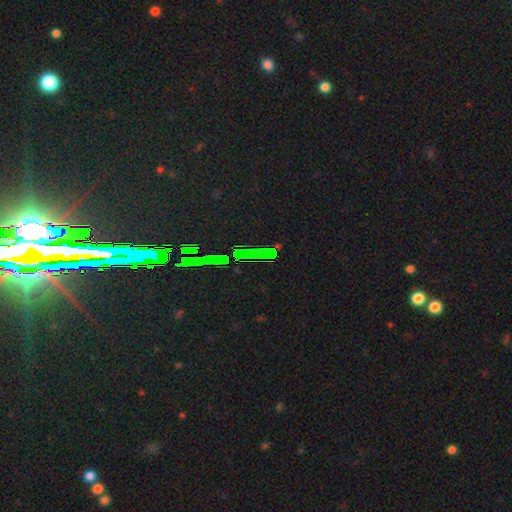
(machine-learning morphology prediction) star or artifact 80%, featured or disk 11%, smooth 10%.